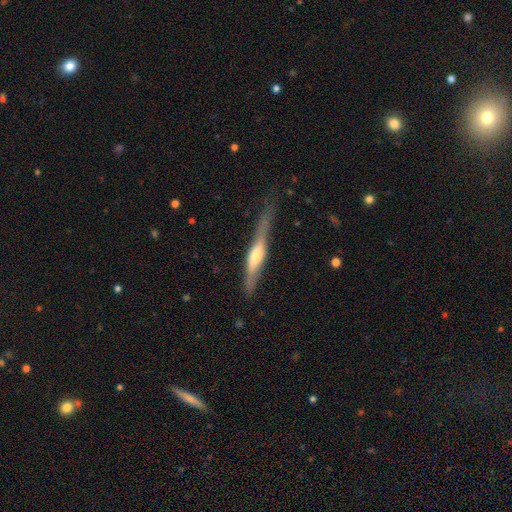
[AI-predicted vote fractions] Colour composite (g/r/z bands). It shows a featured or disk galaxy (66%) viewed edge-on (93%) with a rounded central bulge (75%). Merging: none (67%).